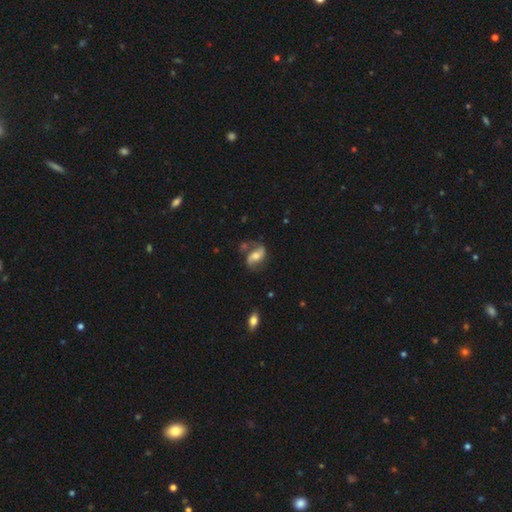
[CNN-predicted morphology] Smooth or featured?
  - featured or disk: 66% *
  - smooth: 26%
  - star or artifact: 8%
Edge-on disk?
  - no: 95% *
  - yes: 5%
Bar?
  - no: 41% *
  - weak: 32%
  - strong: 27%
Spiral arms?
  - yes: 88% *
  - no: 12%
Spiral winding?
  - loose: 53% *
  - medium: 34%
  - tight: 13%
Spiral arm count?
  - 2: 88% *
  - can't tell: 5%
  - 1: 4%
  - 3: 1%
  - 4: 1%
  - more than 4: 1%
Bulge size?
  - moderate: 59% *
  - small: 27%
  - large: 9%
  - none: 3%
  - dominant: 2%
Merging?
  - none: 62% *
  - minor disturbance: 20%
  - major disturbance: 11%
  - merger: 8%